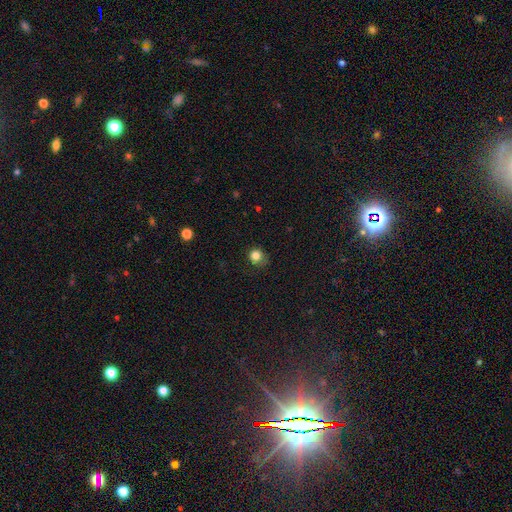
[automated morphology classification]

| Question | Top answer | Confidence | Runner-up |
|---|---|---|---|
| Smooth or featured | smooth | 82% | star or artifact (13%) |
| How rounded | round | 86% | in between (13%) |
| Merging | none | 73% | minor disturbance (20%) |